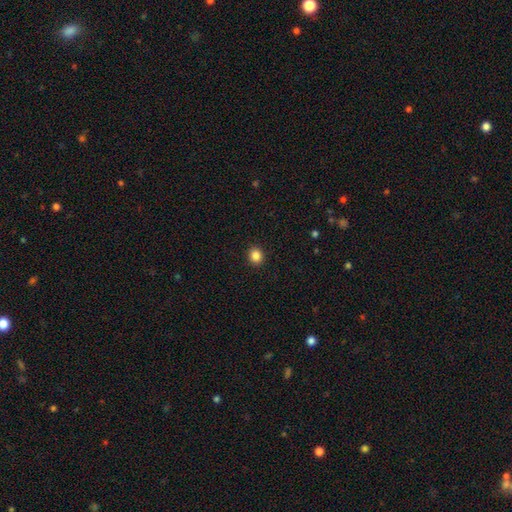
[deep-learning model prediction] Smooth or featured? Predicted: smooth (p=0.86). How rounded? Predicted: round (p=0.77). Merging? Predicted: none (p=0.92).